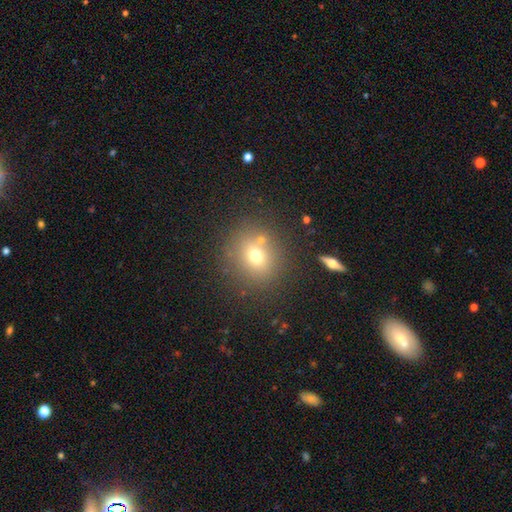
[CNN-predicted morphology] Q: Smooth or featured?
A: smooth (67%); runner-up: star or artifact (17%)
Q: How rounded?
A: round (80%); runner-up: in between (19%)
Q: Merging?
A: none (75%); runner-up: merger (11%)